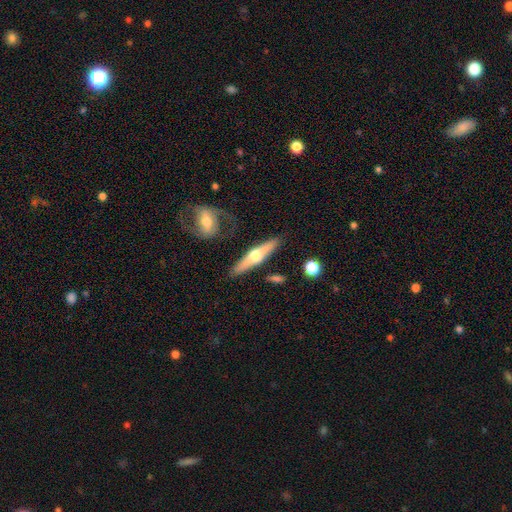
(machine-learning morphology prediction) Smooth or featured? Predicted: featured or disk (p=0.59). Edge-on disk? Predicted: yes (p=0.91). Edge-on bulge? Predicted: rounded (p=0.94). Merging? Predicted: none (p=0.80).